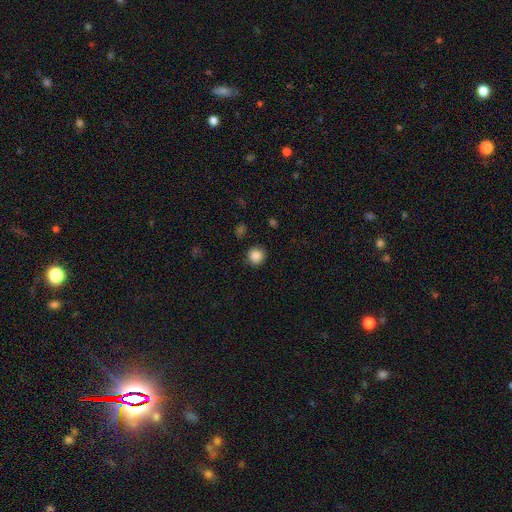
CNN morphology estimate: type=smooth (86%); roundness=round (94%); merging=none (89%).